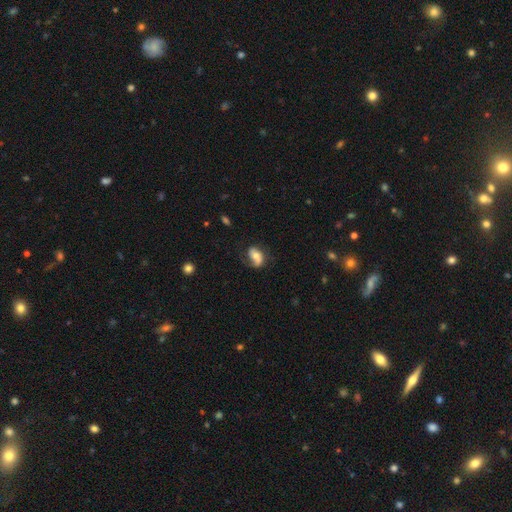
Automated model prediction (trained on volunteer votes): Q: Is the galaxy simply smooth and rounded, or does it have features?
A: featured or disk — 55%.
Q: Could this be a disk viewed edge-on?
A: no — 95%.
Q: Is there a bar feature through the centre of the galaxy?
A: no — 56%.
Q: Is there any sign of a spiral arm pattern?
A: yes — 82%.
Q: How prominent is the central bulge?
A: moderate — 60%.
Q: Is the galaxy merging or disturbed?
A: none — 54%.